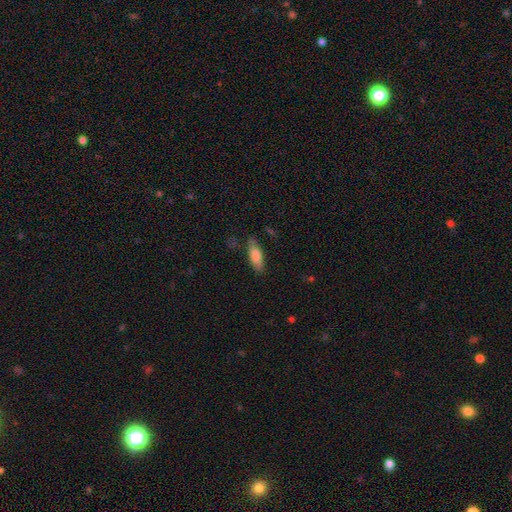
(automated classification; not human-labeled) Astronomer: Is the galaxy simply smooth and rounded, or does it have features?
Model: smooth — 80%.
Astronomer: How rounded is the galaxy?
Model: in between — 63%.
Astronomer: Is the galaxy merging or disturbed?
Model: none — 72%.